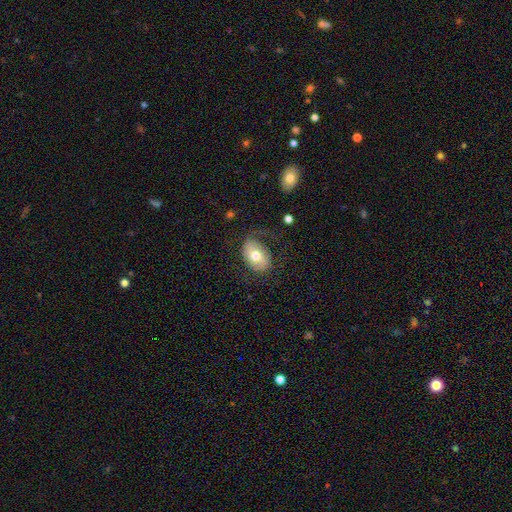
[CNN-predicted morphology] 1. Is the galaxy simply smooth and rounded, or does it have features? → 56% smooth, 37% featured or disk, 7% star or artifact.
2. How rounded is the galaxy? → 82% in between, 17% round, 1% cigar-shaped.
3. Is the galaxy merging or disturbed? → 59% none, 22% minor disturbance, 18% major disturbance, 2% merger.